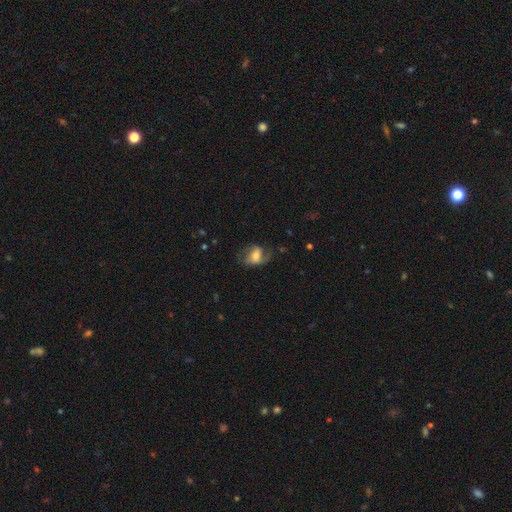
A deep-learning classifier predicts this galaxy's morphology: Smooth or featured?
  - featured or disk: 52% *
  - smooth: 40%
  - star or artifact: 9%
Edge-on disk?
  - no: 95% *
  - yes: 5%
Merging?
  - none: 53% *
  - minor disturbance: 24%
  - major disturbance: 21%
  - merger: 2%